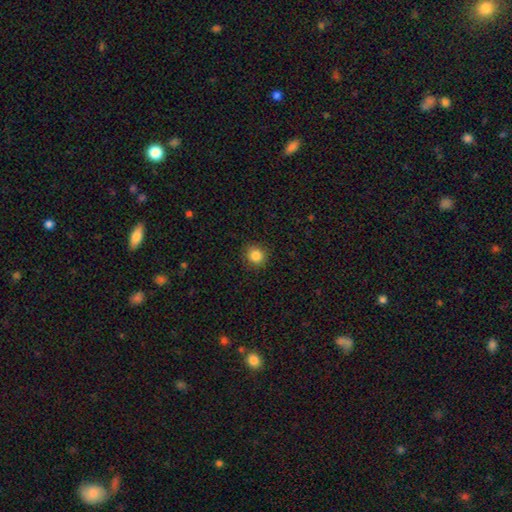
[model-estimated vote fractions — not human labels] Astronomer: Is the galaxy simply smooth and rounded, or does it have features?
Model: smooth — 85%.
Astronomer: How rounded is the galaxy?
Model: round — 90%.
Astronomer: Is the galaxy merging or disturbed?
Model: none — 90%.